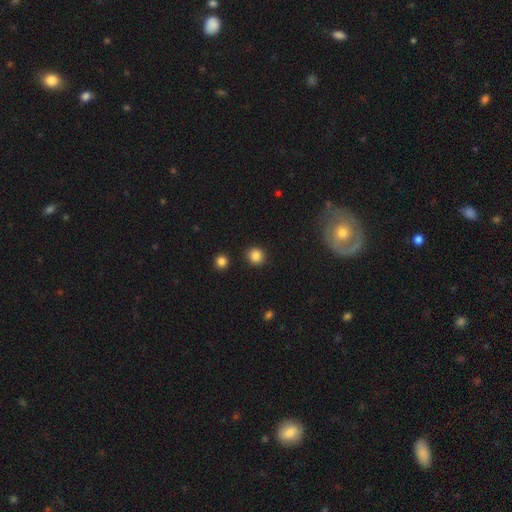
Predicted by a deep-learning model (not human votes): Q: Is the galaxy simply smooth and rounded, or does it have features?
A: smooth — 85%.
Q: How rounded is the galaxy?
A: round — 91%.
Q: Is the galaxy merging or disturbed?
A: none — 90%.